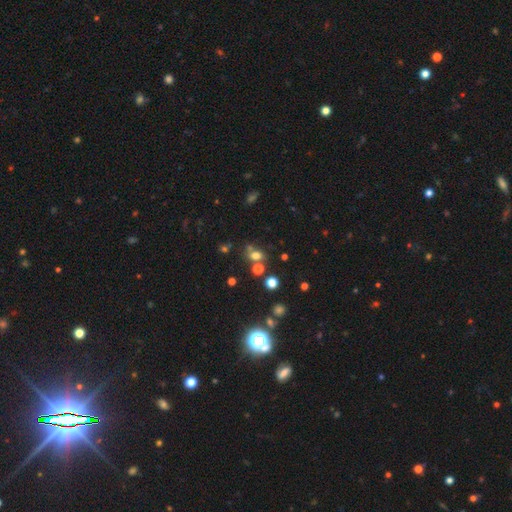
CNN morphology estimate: smooth-or-featured: smooth: 61% | star or artifact: 27% | featured or disk: 11%
  how-rounded: in between: 50% | round: 48% | cigar-shaped: 2%
  merging: none: 56% | merger: 24% | minor disturbance: 13% | major disturbance: 7%